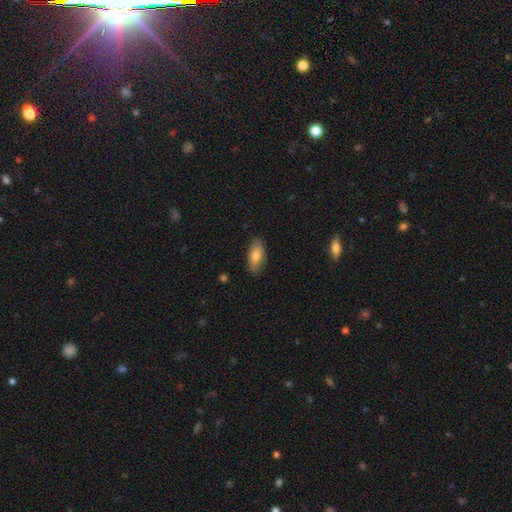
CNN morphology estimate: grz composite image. It shows a smooth galaxy with no disk features (77%) that is in between round and cigar-shaped (87%). Merging: none (85%).